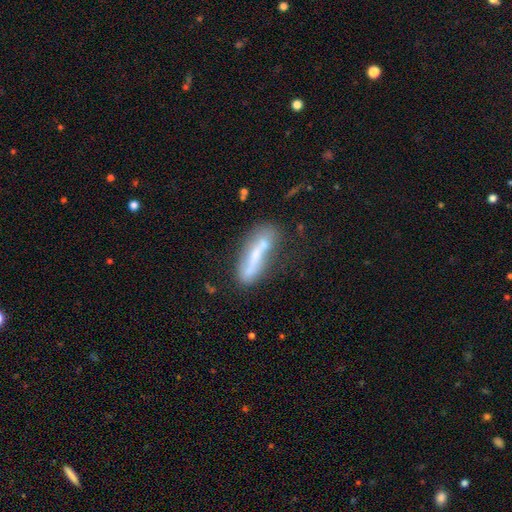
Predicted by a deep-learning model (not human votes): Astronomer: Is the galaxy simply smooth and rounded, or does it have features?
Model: featured or disk — 46%, tied with smooth at 46%.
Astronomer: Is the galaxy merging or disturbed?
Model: none — 45% (runner-up: minor disturbance, 22%).